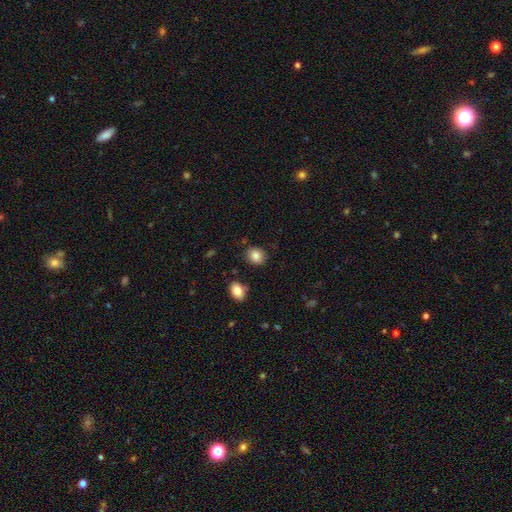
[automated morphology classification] smooth-or-featured: smooth: 86% | star or artifact: 9% | featured or disk: 5%
  how-rounded: round: 68% | in between: 31% | cigar-shaped: 1%
  merging: none: 85% | minor disturbance: 9% | merger: 3% | major disturbance: 3%